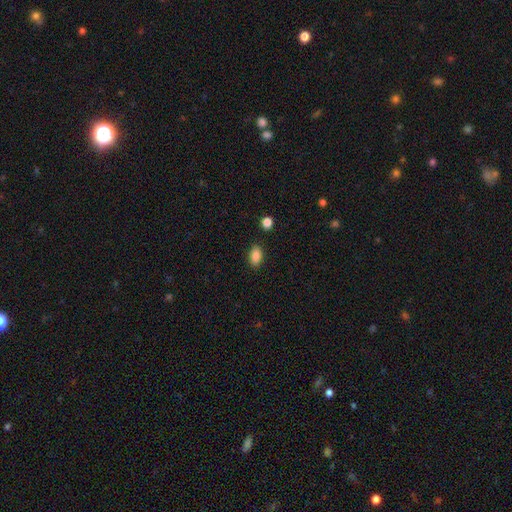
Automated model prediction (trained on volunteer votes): A smooth galaxy with no disk features (87%) that is in between round and cigar-shaped (89%). Merging: none (87%).